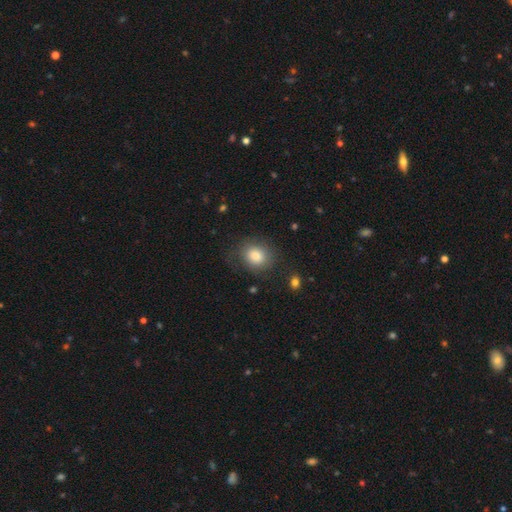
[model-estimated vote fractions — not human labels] This is clearly a smooth galaxy (81%). How rounded: likely round (65%). Merging: likely none (74%).